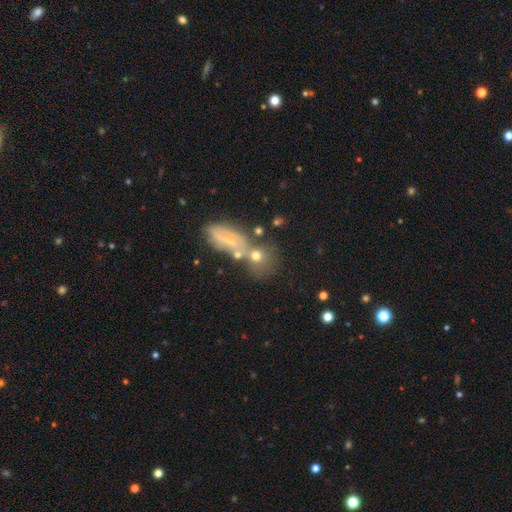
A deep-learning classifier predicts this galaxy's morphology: The model was most divided on "merging": none: 44%, merger: 35%, minor disturbance: 14%, major disturbance: 7%. More confident: how rounded — round (62%); smooth or featured — smooth (62%).